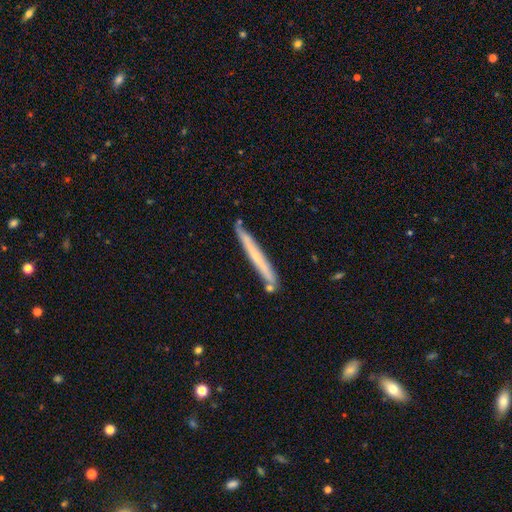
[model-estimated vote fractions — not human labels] Smooth or featured: smooth — 46% (tied with featured or disk — 46%)
Merging: none — 84% (minor disturbance — 11%)